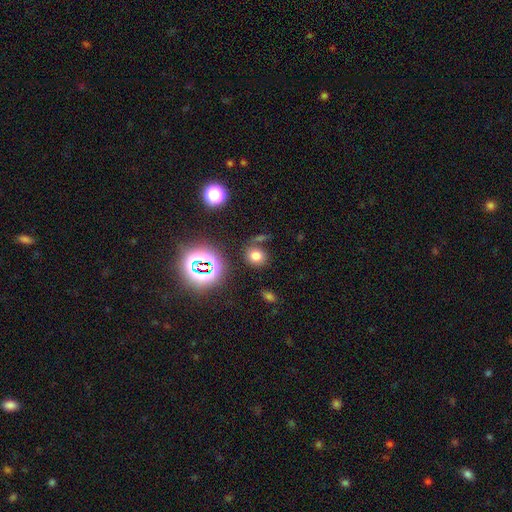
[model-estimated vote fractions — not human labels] Smooth or featured? smooth (70%)
How rounded? round (76%)
Merging? none (75%)